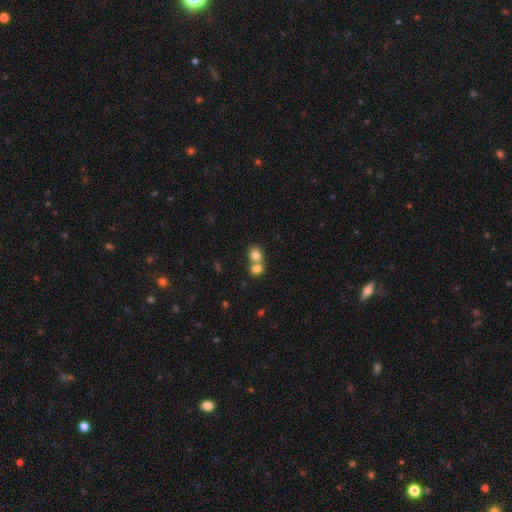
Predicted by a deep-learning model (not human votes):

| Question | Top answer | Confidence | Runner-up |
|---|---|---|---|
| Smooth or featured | smooth | 78% | featured or disk (11%) |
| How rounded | round | 71% | in between (28%) |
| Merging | merger | 61% | none (32%) |